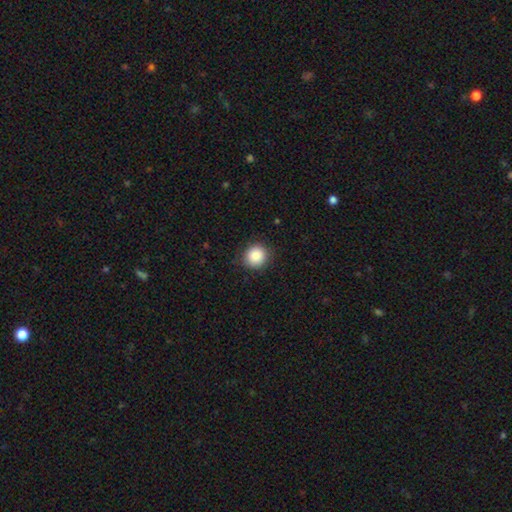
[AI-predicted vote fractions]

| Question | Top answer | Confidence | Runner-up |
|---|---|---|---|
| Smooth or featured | smooth | 88% | star or artifact (9%) |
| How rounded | round | 90% | in between (9%) |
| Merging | none | 89% | minor disturbance (8%) |